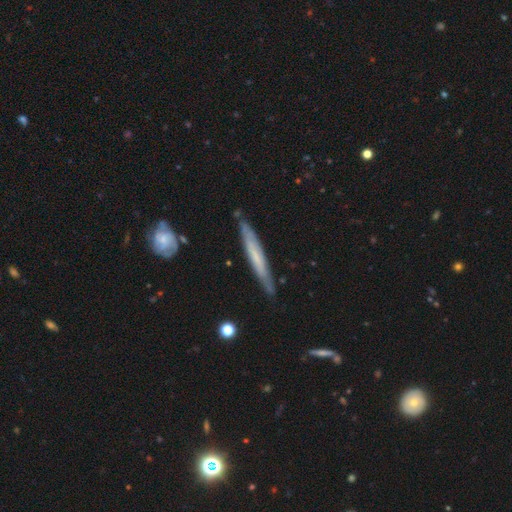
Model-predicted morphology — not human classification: A featured or disk galaxy (51%) viewed edge-on (85%).

Vote fractions:
- Smooth or featured? featured or disk: 51% / smooth: 43% / star or artifact: 6%
- Edge-on disk? yes: 85% / no: 15%
- Merging? none: 81% / minor disturbance: 15% / major disturbance: 2% / merger: 2%